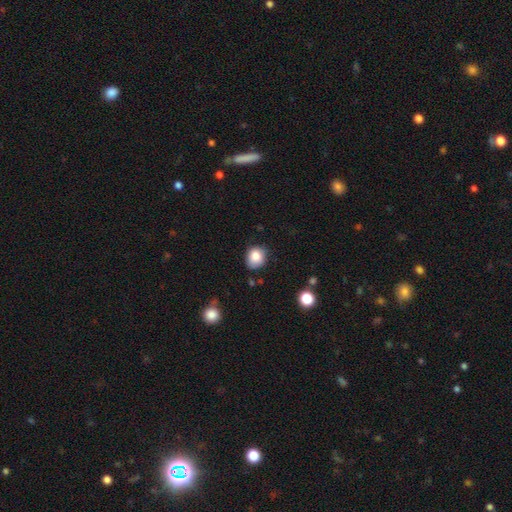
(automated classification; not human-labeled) Smooth or featured? smooth (82%)
How rounded? round (66%)
Merging? none (73%)